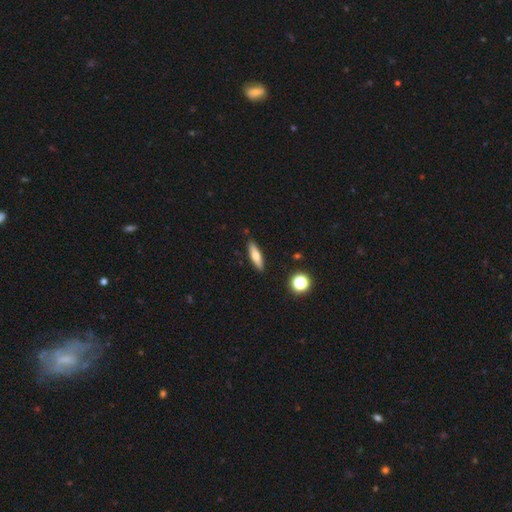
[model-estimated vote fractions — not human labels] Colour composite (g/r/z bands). It shows a smooth galaxy with no disk features (60%) that is cigar-shaped (65%). Merging: none (89%).